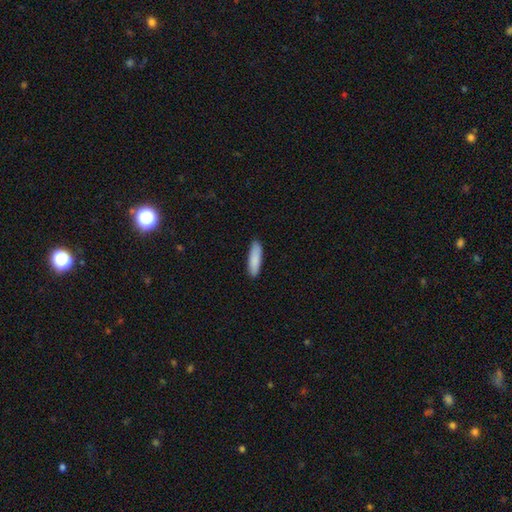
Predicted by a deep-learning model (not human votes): A smooth galaxy with no disk features (89%) that is cigar-shaped (66%). Merging: none (90%).